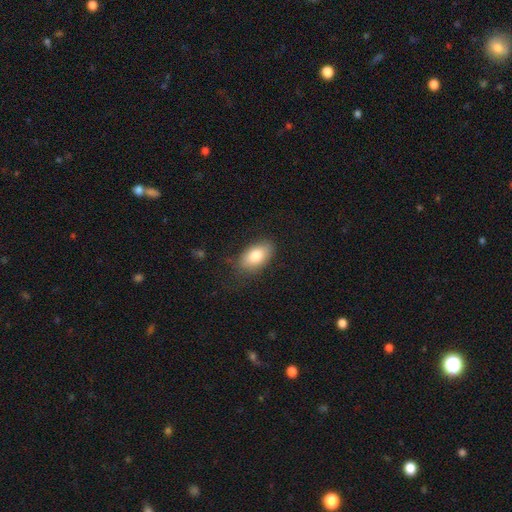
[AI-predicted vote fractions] This appears to be a smooth galaxy with no disk features (80%) that is in between round and cigar-shaped (92%). Merging: none (77%).